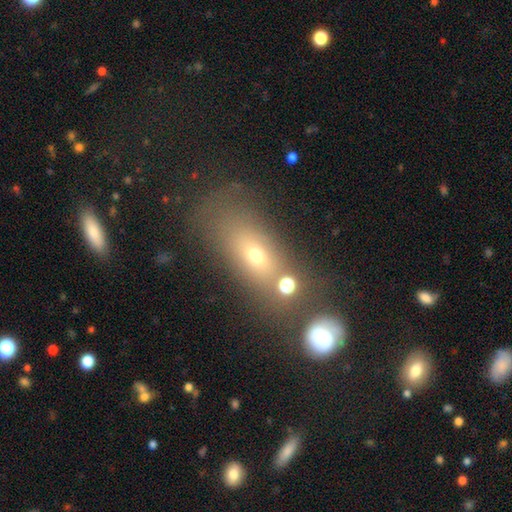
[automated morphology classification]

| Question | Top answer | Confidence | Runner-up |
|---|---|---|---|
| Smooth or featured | smooth | 58% | featured or disk (23%) |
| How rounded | in between | 68% | round (18%) |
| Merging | none | 50% | merger (21%) |